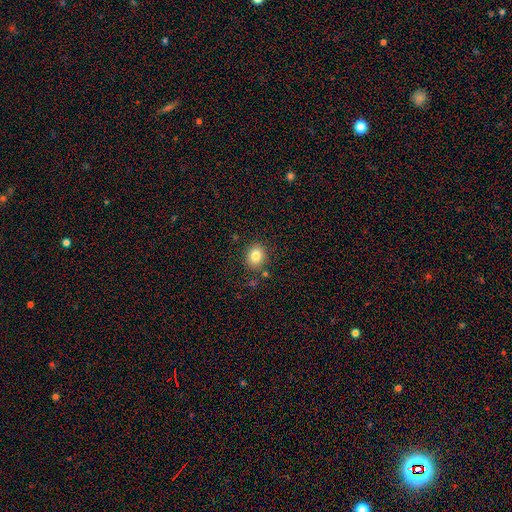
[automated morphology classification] A smooth galaxy with no disk features (82%) that is round (70%). Merging: none (84%).